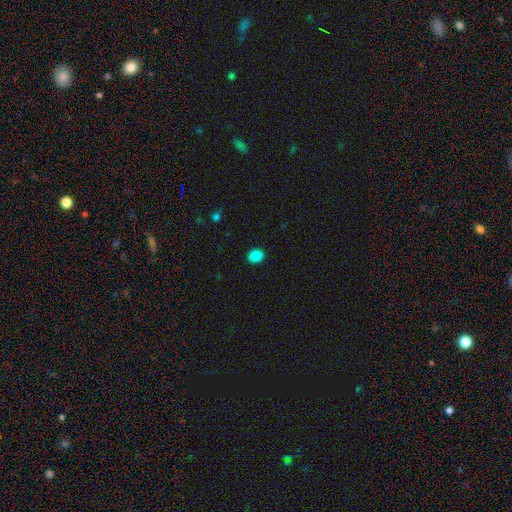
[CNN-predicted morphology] The model was most divided on "how rounded": round: 55%, in between: 44%, cigar-shaped: 1%. More confident: merging — none (91%); smooth or featured — smooth (87%).